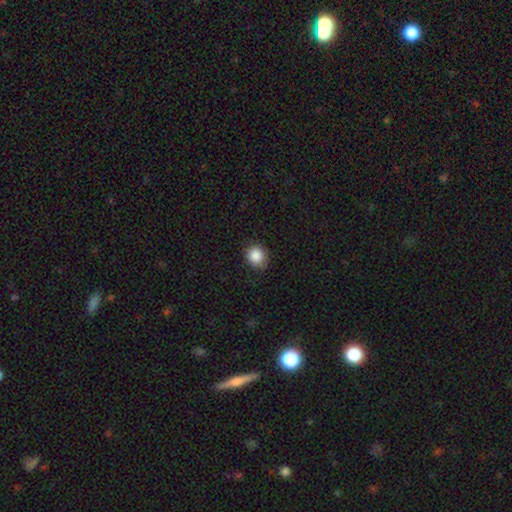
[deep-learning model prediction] smooth-or-featured: smooth: 87% | star or artifact: 9% | featured or disk: 4%
  how-rounded: round: 78% | in between: 21% | cigar-shaped: 1%
  merging: none: 82% | minor disturbance: 14% | major disturbance: 3% | merger: 1%